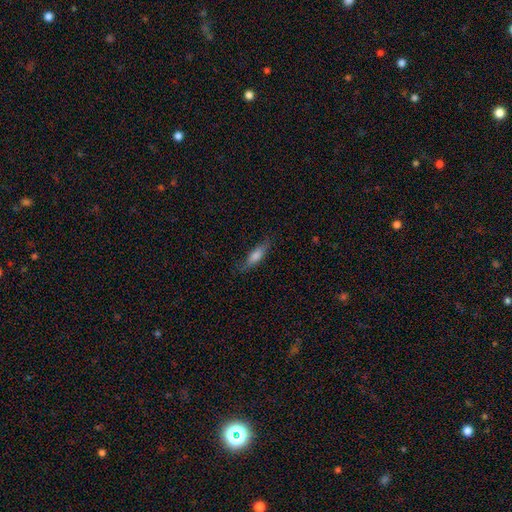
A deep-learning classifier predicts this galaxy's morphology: type=smooth (64%); roundness=cigar-shaped (59%); merging=none (73%).